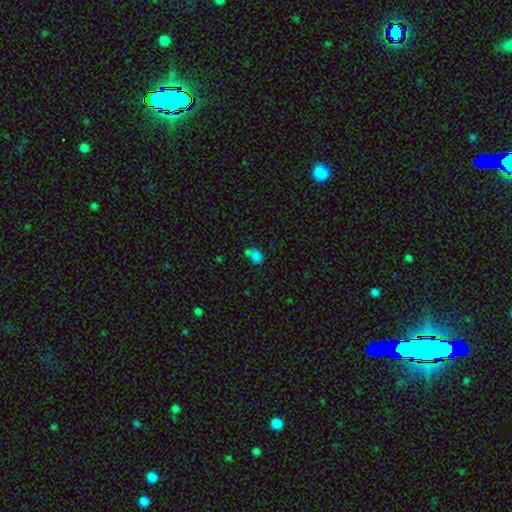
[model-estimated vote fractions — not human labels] This appears to be a smooth galaxy with no disk features (77%) that is in between round and cigar-shaped (53%). Merging: merger (40%).